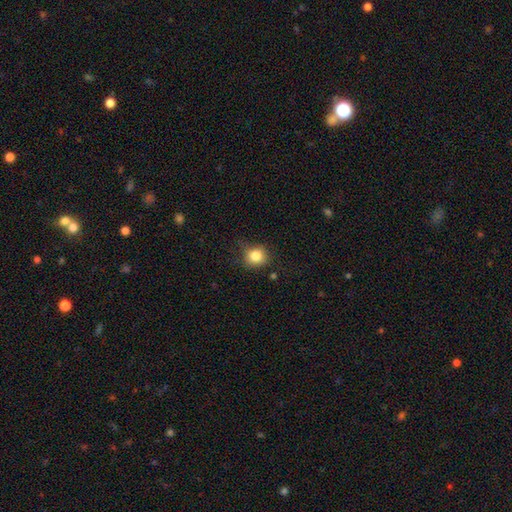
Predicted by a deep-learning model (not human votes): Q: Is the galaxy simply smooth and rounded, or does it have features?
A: smooth — 82%.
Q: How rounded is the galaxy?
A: round — 84%.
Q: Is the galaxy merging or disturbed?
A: none — 75%.